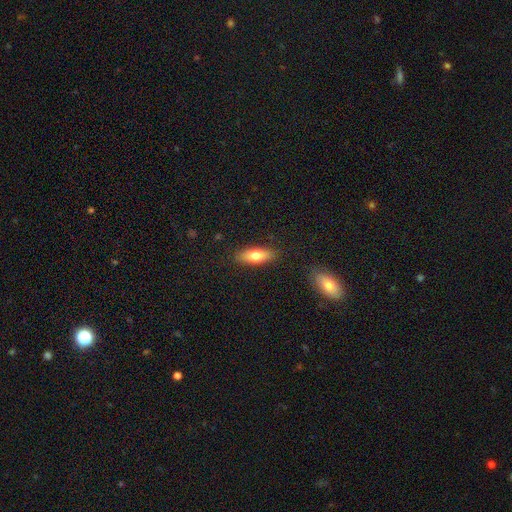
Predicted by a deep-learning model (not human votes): This is likely a smooth galaxy (72%). How rounded: likely in between (63%). Merging: clearly none (87%).